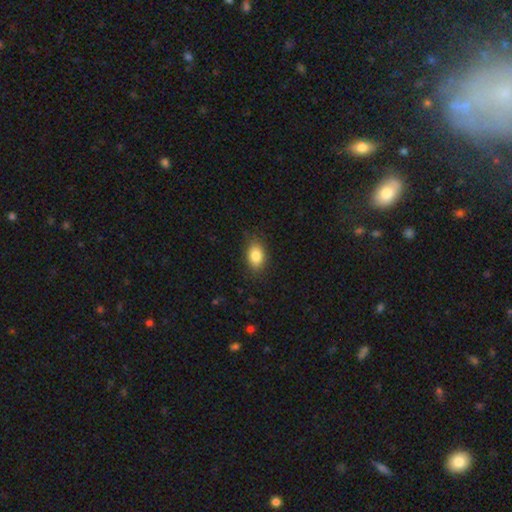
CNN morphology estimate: Smooth or featured? smooth (85%)
How rounded? in between (85%)
Merging? none (83%)